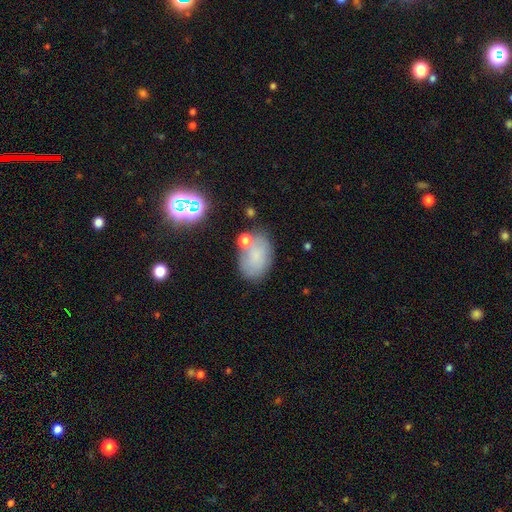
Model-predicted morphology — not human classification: The model was most divided on "merging": none: 63%, minor disturbance: 19%, merger: 12%, major disturbance: 7%. More confident: how rounded — in between (84%); smooth or featured — smooth (72%).